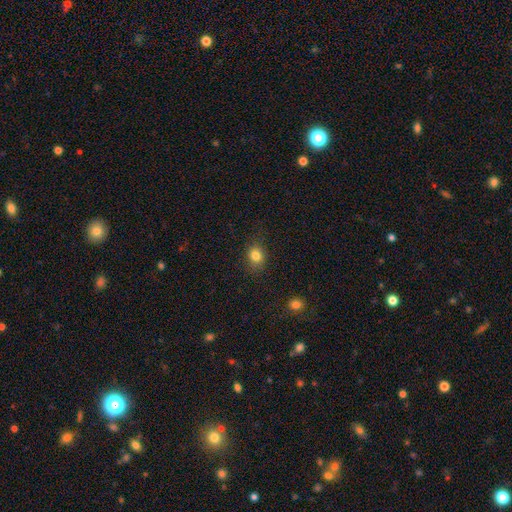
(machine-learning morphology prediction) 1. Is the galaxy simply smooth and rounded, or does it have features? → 82% smooth, 12% star or artifact, 6% featured or disk.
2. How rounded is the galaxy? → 65% round, 34% in between, 1% cigar-shaped.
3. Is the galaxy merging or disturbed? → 84% none, 11% minor disturbance, 3% major disturbance, 1% merger.